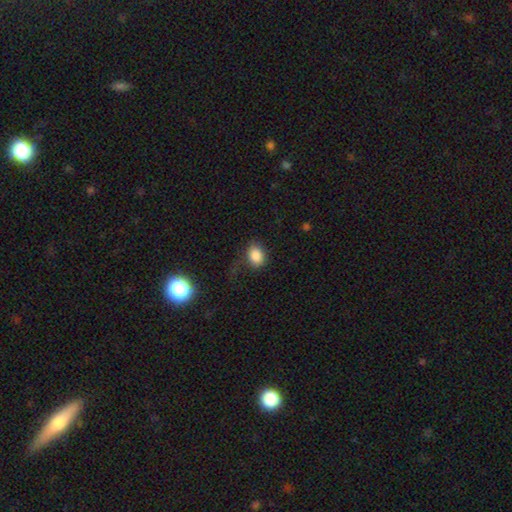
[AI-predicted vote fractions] Q: Smooth or featured?
A: smooth (84%); runner-up: star or artifact (10%)
Q: How rounded?
A: in between (67%); runner-up: round (32%)
Q: Merging?
A: none (66%); runner-up: minor disturbance (20%)